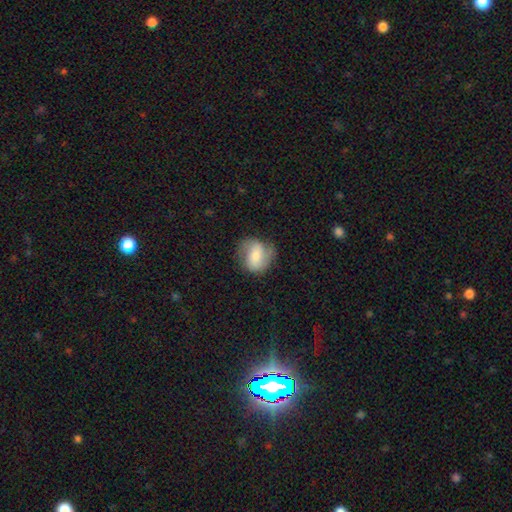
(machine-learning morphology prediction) Smooth or featured? smooth (50%)
Merging? none (66%)